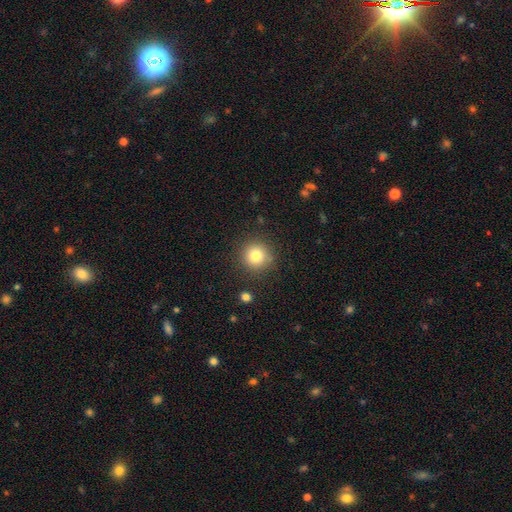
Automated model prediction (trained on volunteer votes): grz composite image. It shows a smooth galaxy with no disk features (80%) that is round (94%). Merging: none (87%).